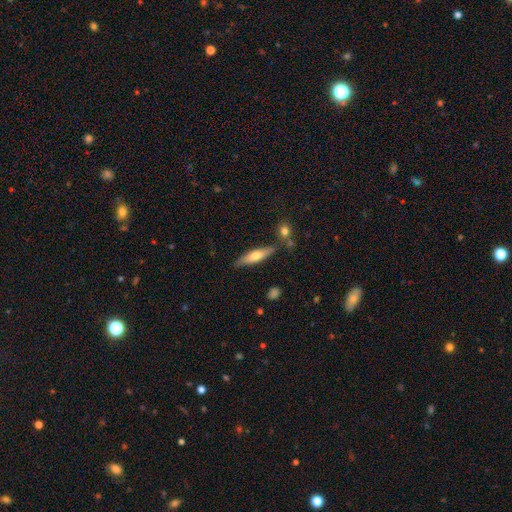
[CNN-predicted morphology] Q: Smooth or featured?
A: smooth (55%); runner-up: featured or disk (39%)
Q: How rounded?
A: cigar-shaped (72%); runner-up: in between (26%)
Q: Merging?
A: none (79%); runner-up: minor disturbance (13%)